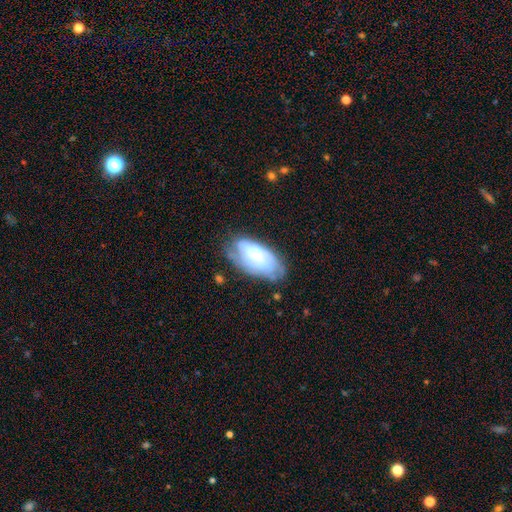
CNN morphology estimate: Smooth or featured: featured or disk — 60% (smooth — 32%)
Edge-on disk: no — 93% (yes — 7%)
Bar: no — 58% (weak — 33%)
Spiral arms: yes — 80% (no — 20%)
Bulge size: small — 54% (moderate — 32%)
Merging: none — 62% (minor disturbance — 26%)